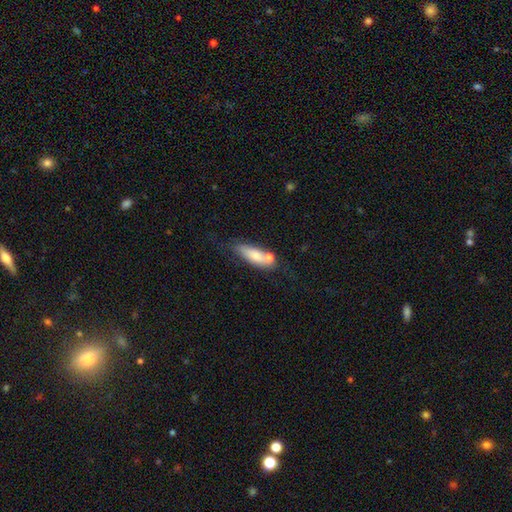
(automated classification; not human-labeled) The model was most divided on "merging": none: 47%, merger: 25%, minor disturbance: 20%, major disturbance: 8%. More confident: smooth or featured — smooth (73%); how rounded — in between (60%).